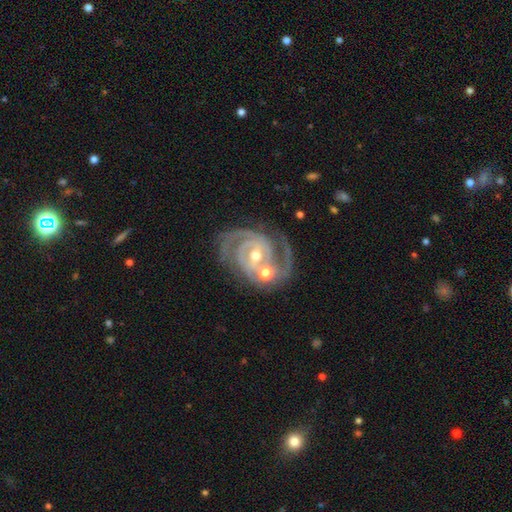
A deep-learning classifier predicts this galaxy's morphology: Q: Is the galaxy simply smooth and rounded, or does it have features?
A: featured or disk — 91%.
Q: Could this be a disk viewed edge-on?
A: no — 98%.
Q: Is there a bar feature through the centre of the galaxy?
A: weak — 40%.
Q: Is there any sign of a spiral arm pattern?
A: yes — 98%.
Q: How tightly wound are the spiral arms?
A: tight — 60%.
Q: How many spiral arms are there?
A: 2 — 61%.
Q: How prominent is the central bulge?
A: moderate — 58%.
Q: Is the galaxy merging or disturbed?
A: none — 53%.